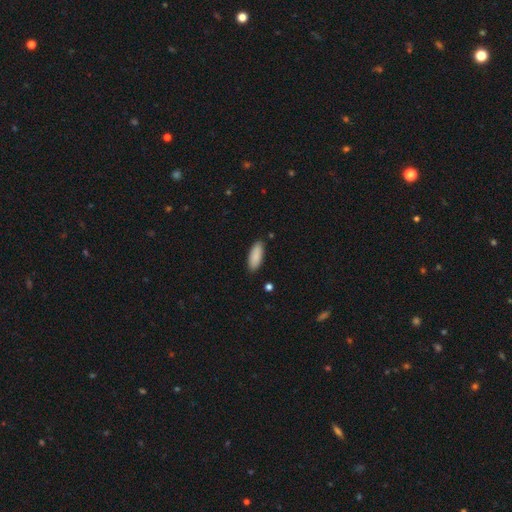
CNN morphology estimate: smooth_or_featured: smooth (p=0.89) [alt: star or artifact p=0.06]
how_rounded: in between (p=0.74) [alt: cigar-shaped p=0.24]
merging: none (p=0.87) [alt: minor disturbance p=0.10]